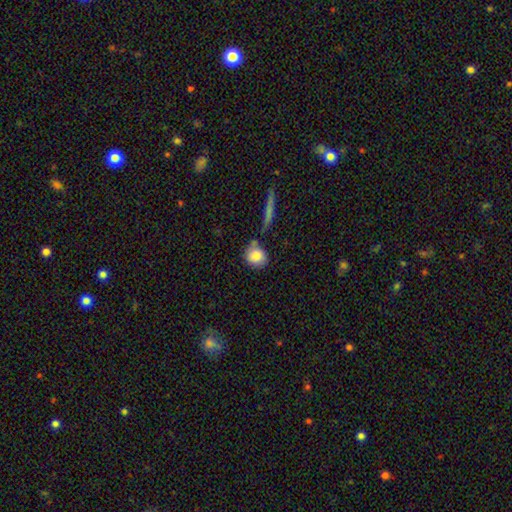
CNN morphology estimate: This is clearly a smooth galaxy (83%). How rounded: likely round (79%). Merging: likely none (61%).